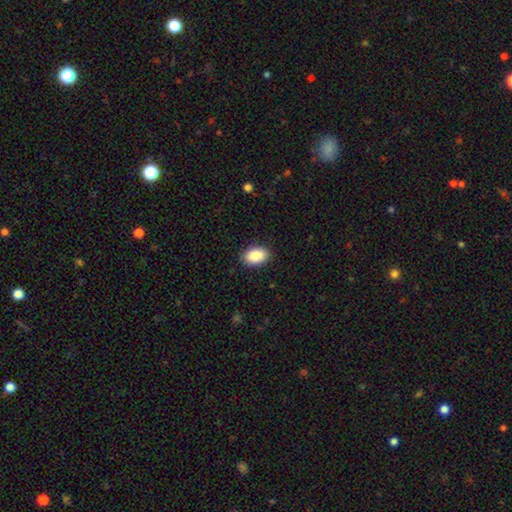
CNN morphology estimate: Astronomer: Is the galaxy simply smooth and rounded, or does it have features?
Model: smooth — 89%.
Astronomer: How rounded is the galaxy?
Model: in between — 89%.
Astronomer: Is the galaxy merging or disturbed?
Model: none — 89%.